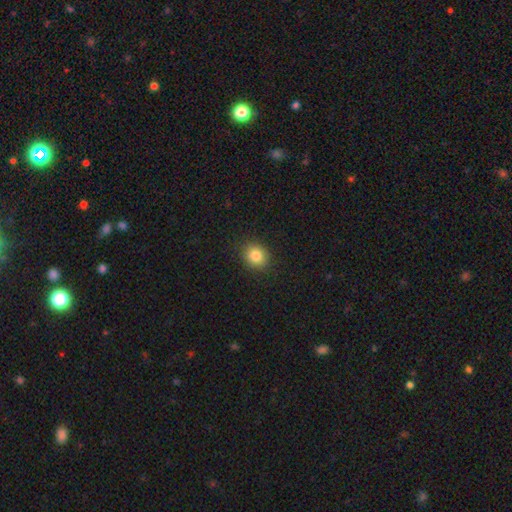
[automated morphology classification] Q: Smooth or featured?
A: smooth (84%); runner-up: star or artifact (11%)
Q: How rounded?
A: round (72%); runner-up: in between (27%)
Q: Merging?
A: none (89%); runner-up: minor disturbance (8%)